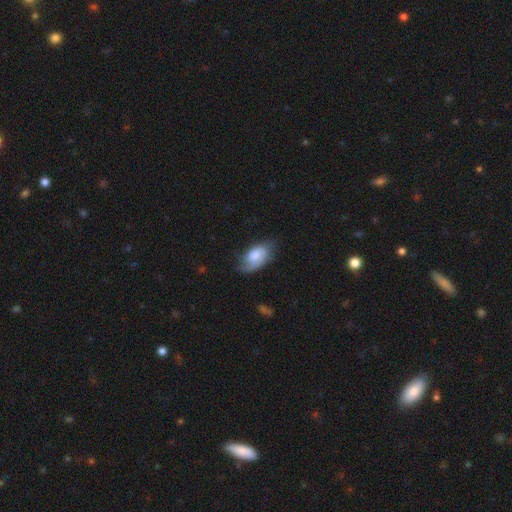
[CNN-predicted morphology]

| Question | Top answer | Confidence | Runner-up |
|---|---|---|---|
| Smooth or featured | smooth | 59% | featured or disk (34%) |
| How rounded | in between | 92% | round (6%) |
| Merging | none | 52% | minor disturbance (32%) |